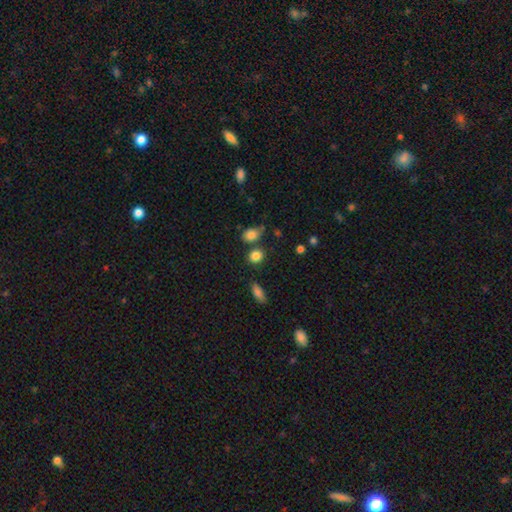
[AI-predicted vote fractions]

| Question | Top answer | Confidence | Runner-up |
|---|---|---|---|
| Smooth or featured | smooth | 84% | star or artifact (11%) |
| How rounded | round | 64% | in between (34%) |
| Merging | none | 71% | merger (13%) |